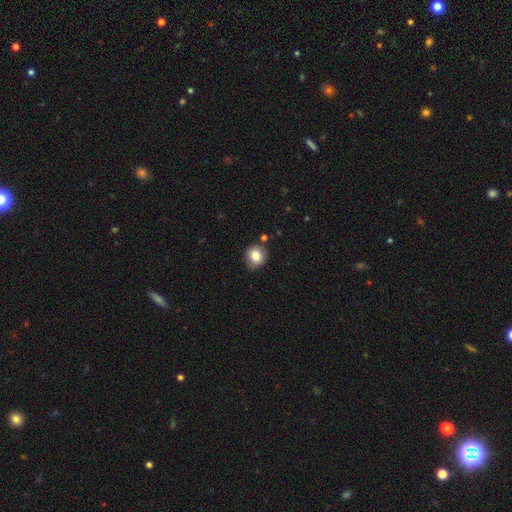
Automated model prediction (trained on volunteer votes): smooth_or_featured: smooth (p=0.81) [alt: star or artifact p=0.10]
how_rounded: round (p=0.88) [alt: in between p=0.11]
merging: none (p=0.81) [alt: minor disturbance p=0.12]